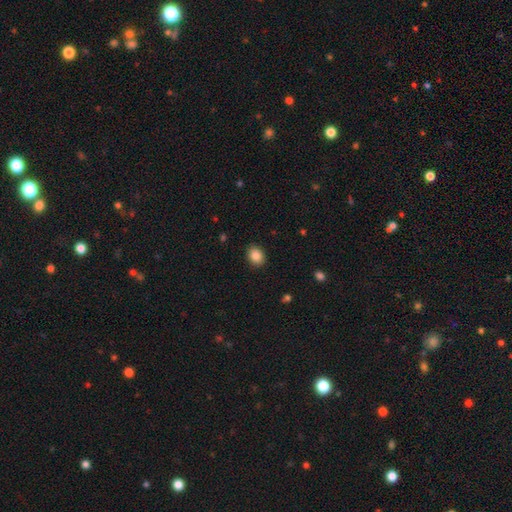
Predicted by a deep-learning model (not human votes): smooth_or_featured: smooth (p=0.87) [alt: star or artifact p=0.09]
how_rounded: in between (p=0.55) [alt: round p=0.44]
merging: none (p=0.90) [alt: minor disturbance p=0.07]